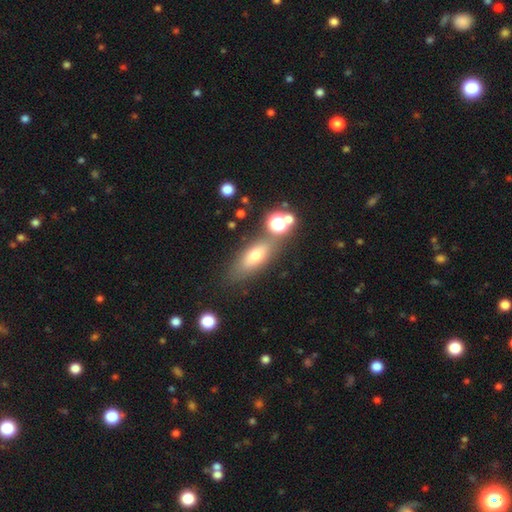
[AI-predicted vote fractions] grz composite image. It shows a smooth galaxy with no disk features (64%) that is in between round and cigar-shaped (64%). Merging: none (72%).